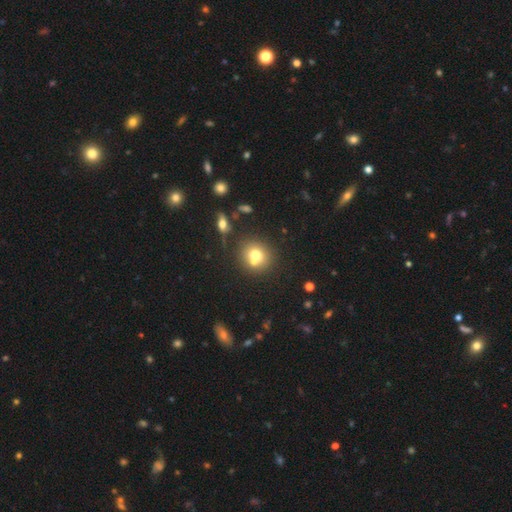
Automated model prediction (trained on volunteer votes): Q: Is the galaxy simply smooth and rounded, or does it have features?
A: smooth — 71%.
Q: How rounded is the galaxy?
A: round — 83%.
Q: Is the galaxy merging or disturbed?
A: none — 57%.